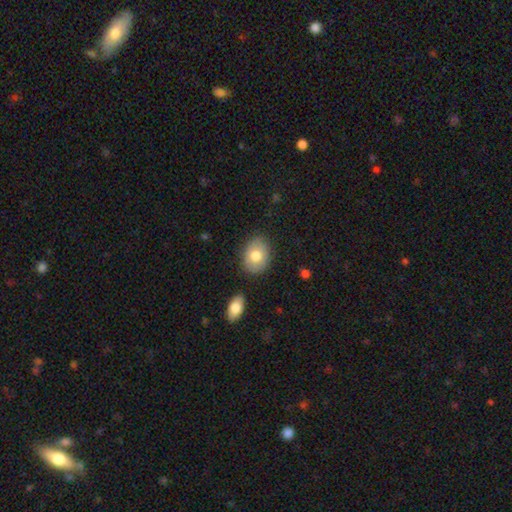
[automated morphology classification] smooth 77%, featured or disk 16%, star or artifact 7%. Down the decision tree: how rounded — in between (68%); merging — none (81%).